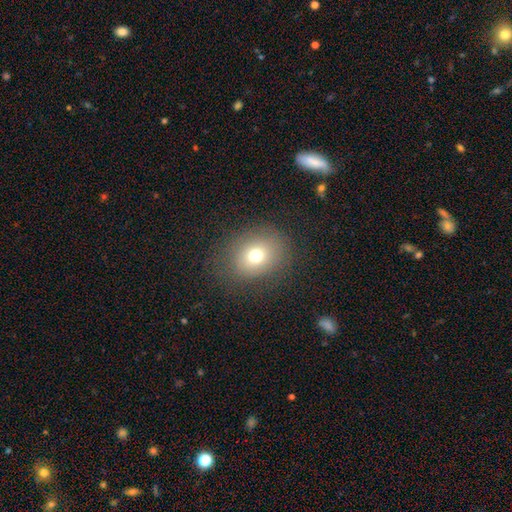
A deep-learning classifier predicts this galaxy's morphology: This appears to be a smooth galaxy with no disk features (72%) that is round (60%). Merging: none (81%).